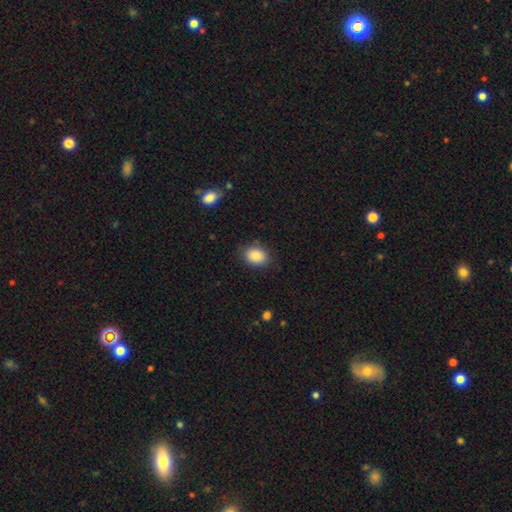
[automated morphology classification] Smooth or featured? smooth (88%)
How rounded? in between (58%)
Merging? none (83%)